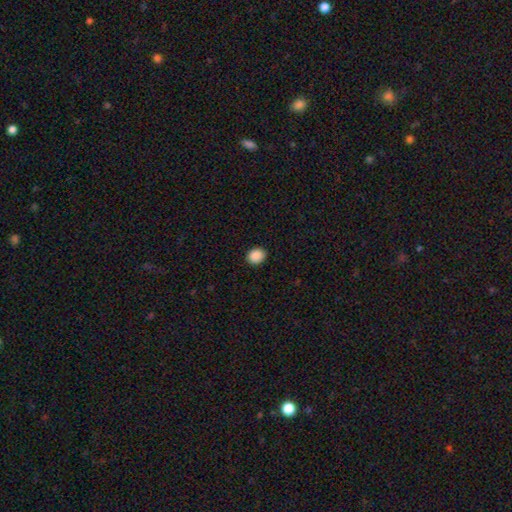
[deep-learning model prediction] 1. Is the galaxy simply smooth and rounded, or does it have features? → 89% smooth, 9% star or artifact, 2% featured or disk.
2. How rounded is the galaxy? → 61% round, 38% in between, 1% cigar-shaped.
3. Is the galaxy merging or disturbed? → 91% none, 7% minor disturbance, 2% major disturbance, 1% merger.